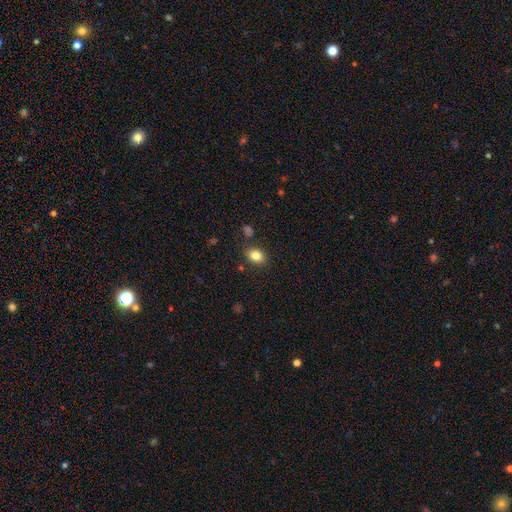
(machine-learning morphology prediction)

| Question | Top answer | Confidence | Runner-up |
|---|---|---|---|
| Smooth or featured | smooth | 84% | star or artifact (9%) |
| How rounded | in between | 73% | round (26%) |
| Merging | none | 82% | minor disturbance (11%) |